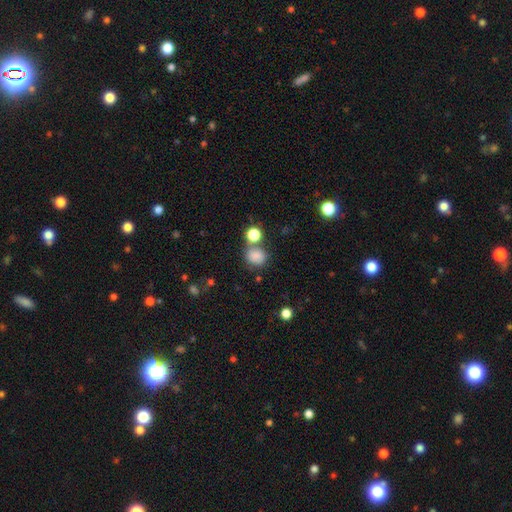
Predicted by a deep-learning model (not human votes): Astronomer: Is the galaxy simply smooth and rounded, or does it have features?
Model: smooth — 82%.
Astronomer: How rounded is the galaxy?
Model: round — 74%.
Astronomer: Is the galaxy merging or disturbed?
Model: none — 60%.